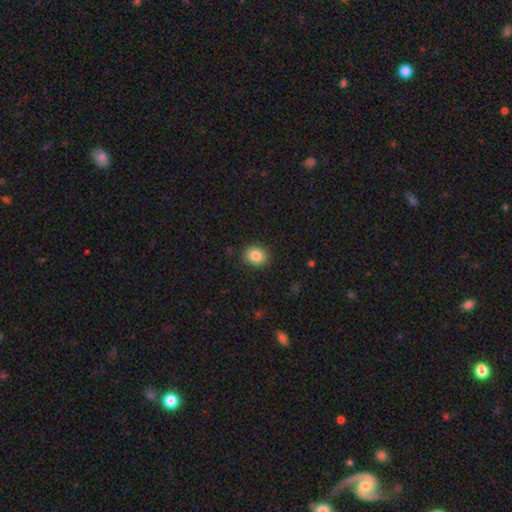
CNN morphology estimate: Smooth or featured: smooth — 85% (star or artifact — 9%)
How rounded: round — 60% (in between — 39%)
Merging: none — 88% (minor disturbance — 9%)